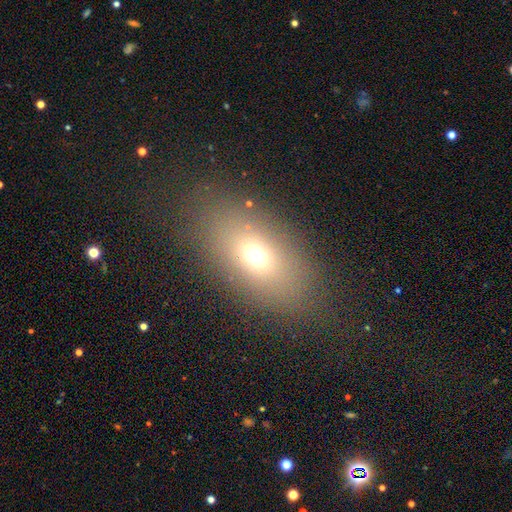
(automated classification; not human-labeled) smooth-or-featured: smooth: 66% | star or artifact: 18% | featured or disk: 16%
  how-rounded: in between: 80% | round: 17% | cigar-shaped: 4%
  merging: none: 78% | minor disturbance: 11% | major disturbance: 8% | merger: 2%